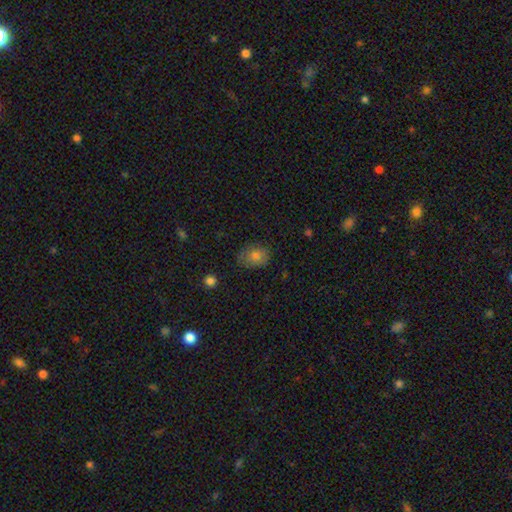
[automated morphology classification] This appears to be a smooth galaxy with no disk features (78%) that is in between round and cigar-shaped (60%). Merging: none (71%).